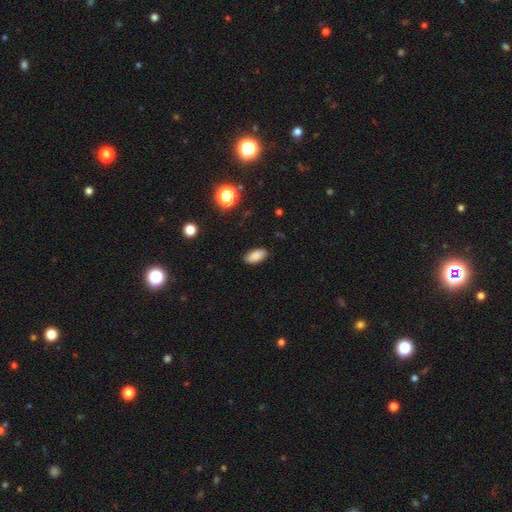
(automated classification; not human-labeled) A smooth galaxy with no disk features (86%) that is in between round and cigar-shaped (92%).

Vote fractions:
- Smooth or featured? smooth: 86% / star or artifact: 9% / featured or disk: 5%
- How rounded? in between: 92% / cigar-shaped: 5% / round: 3%
- Merging? none: 86% / minor disturbance: 10% / major disturbance: 2% / merger: 1%